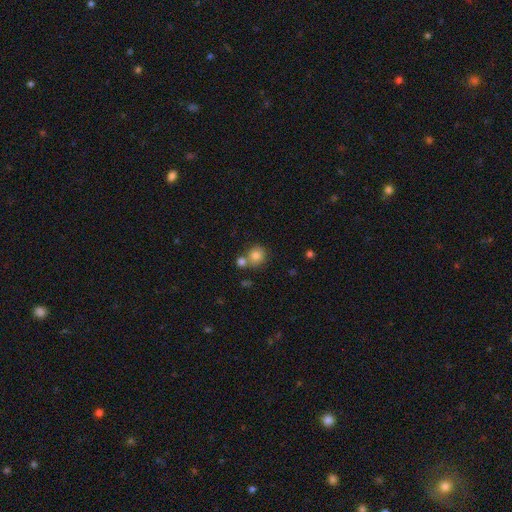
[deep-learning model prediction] Morphology: type=smooth (81%); roundness=round (87%); merging=none (61%).